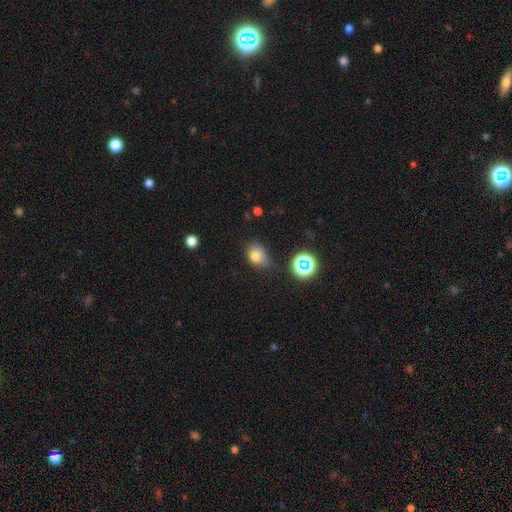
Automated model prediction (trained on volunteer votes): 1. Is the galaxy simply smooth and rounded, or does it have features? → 75% smooth, 16% star or artifact, 9% featured or disk.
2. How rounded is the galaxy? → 62% in between, 37% round, 1% cigar-shaped.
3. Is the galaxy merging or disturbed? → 50% none, 34% minor disturbance, 11% major disturbance, 5% merger.